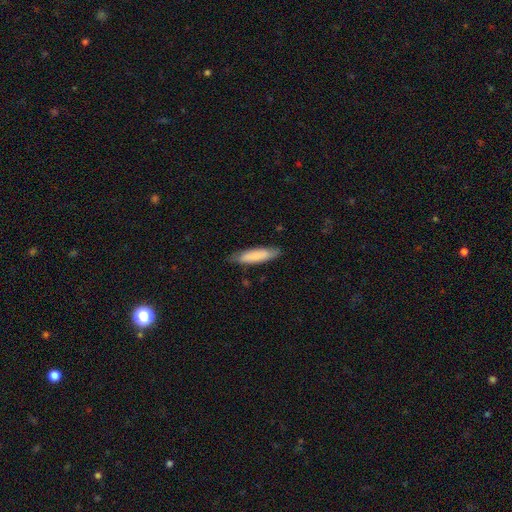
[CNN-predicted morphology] Q: Smooth or featured?
A: smooth (79%); runner-up: featured or disk (15%)
Q: How rounded?
A: cigar-shaped (75%); runner-up: in between (24%)
Q: Merging?
A: none (81%); runner-up: minor disturbance (15%)